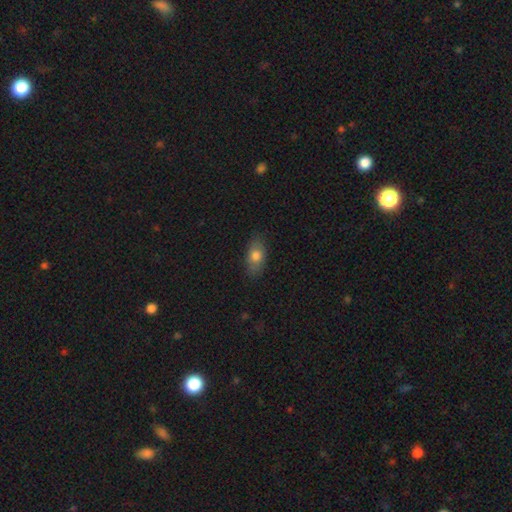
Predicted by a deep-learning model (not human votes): A smooth galaxy with no disk features (75%) that is in between round and cigar-shaped (84%).

Vote fractions:
- Smooth or featured? smooth: 75% / featured or disk: 16% / star or artifact: 9%
- How rounded? in between: 84% / round: 10% / cigar-shaped: 7%
- Merging? none: 83% / minor disturbance: 13% / major disturbance: 3% / merger: 1%